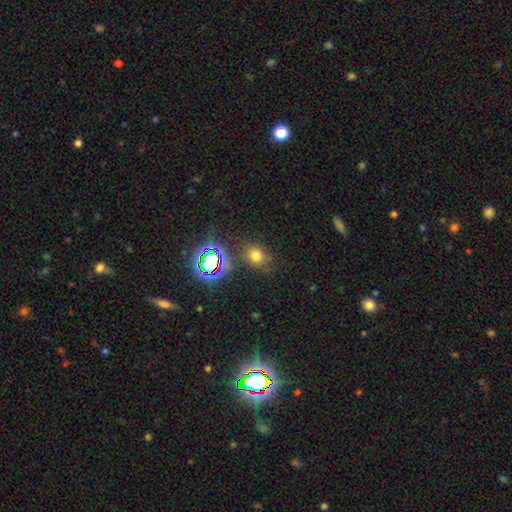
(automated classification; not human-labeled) Smooth or featured?
  - smooth: 65% *
  - star or artifact: 26%
  - featured or disk: 9%
How rounded?
  - round: 56% *
  - in between: 43%
  - cigar-shaped: 1%
Merging?
  - none: 79% *
  - minor disturbance: 13%
  - major disturbance: 5%
  - merger: 4%